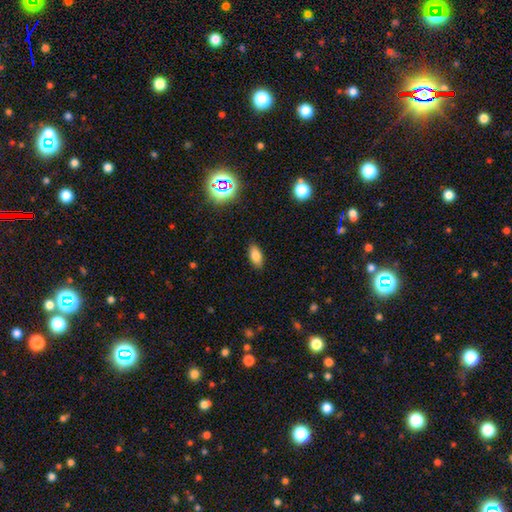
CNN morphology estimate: Smooth or featured?
  - smooth: 79% *
  - star or artifact: 11%
  - featured or disk: 10%
How rounded?
  - in between: 88% *
  - cigar-shaped: 7%
  - round: 5%
Merging?
  - none: 87% *
  - minor disturbance: 9%
  - major disturbance: 2%
  - merger: 1%